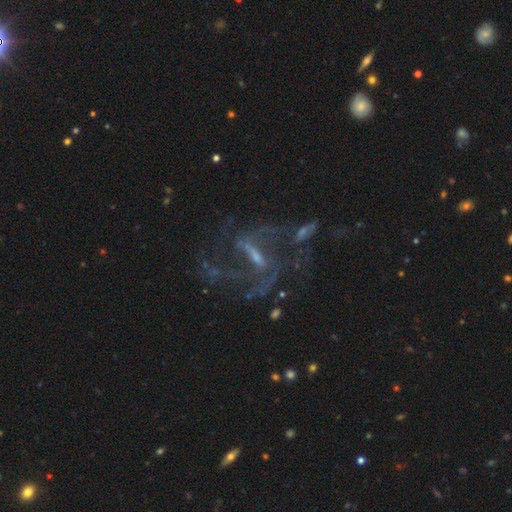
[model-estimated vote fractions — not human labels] smooth_or_featured: featured or disk (p=0.82) [alt: star or artifact p=0.11]
disk_edge_on: no (p=0.93) [alt: yes p=0.07]
bar: strong (p=0.49) [alt: weak p=0.37]
has_spiral_arms: yes (p=0.89) [alt: no p=0.11]
spiral_winding: medium (p=0.44) [alt: loose p=0.41]
spiral_arm_count: 2 (p=0.62) [alt: can't tell p=0.16]
bulge_size: small (p=0.48) [alt: moderate p=0.29]
merging: none (p=0.46) [alt: major disturbance p=0.30]